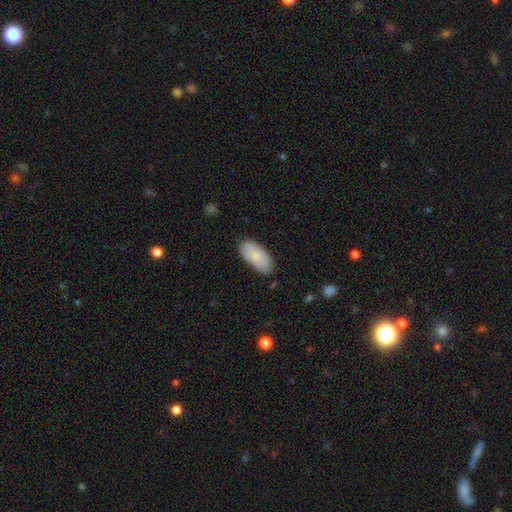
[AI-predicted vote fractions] smooth 77%, featured or disk 17%, star or artifact 6%. Down the decision tree: how rounded — in between (93%); merging — none (79%).